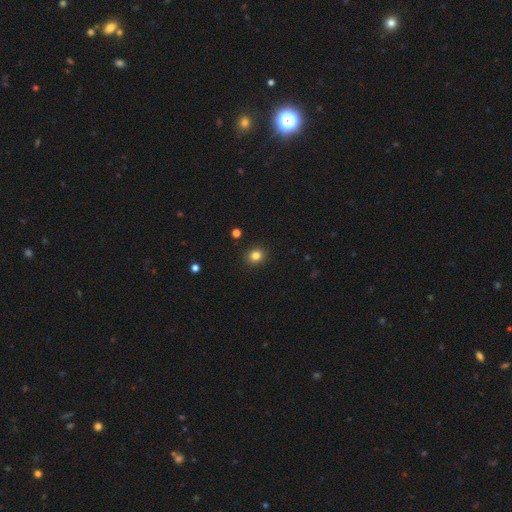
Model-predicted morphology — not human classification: Overall: smooth (82%). How rounded: round (77%). Merging: none (91%).